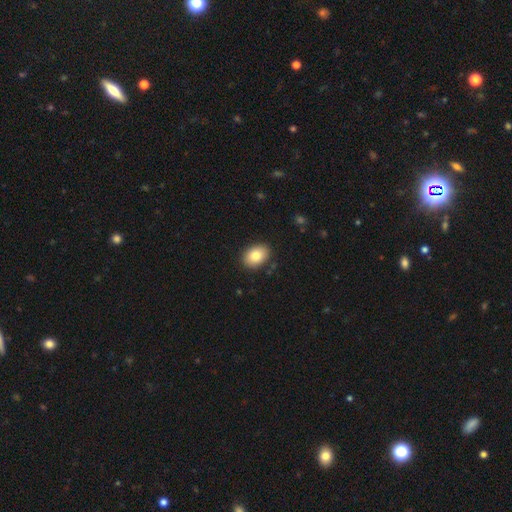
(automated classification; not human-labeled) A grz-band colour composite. It shows a smooth galaxy with no disk features (83%) that is in between round and cigar-shaped (77%). Merging: none (88%).